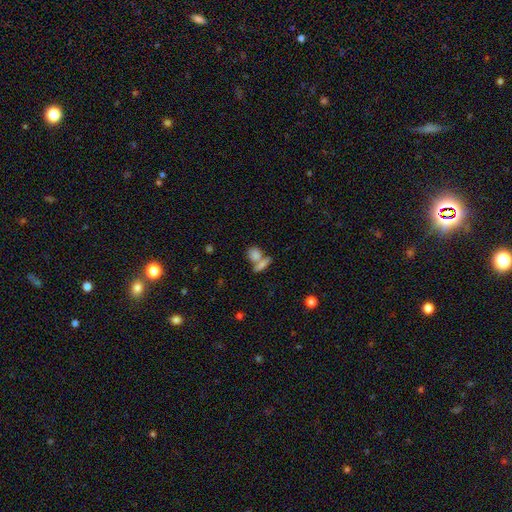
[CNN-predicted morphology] Smooth or featured: smooth — 79% (featured or disk — 12%)
How rounded: round — 50% (in between — 42%)
Merging: merger — 45% (none — 42%)